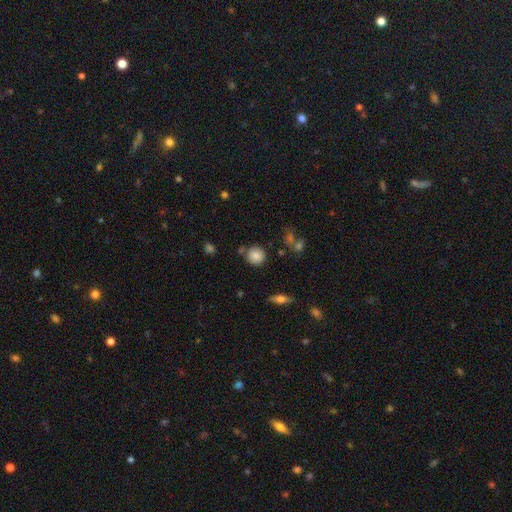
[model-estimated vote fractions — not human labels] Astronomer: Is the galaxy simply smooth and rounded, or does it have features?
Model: smooth — 84%.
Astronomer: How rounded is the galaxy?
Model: round — 89%.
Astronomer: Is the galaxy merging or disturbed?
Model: none — 78%.